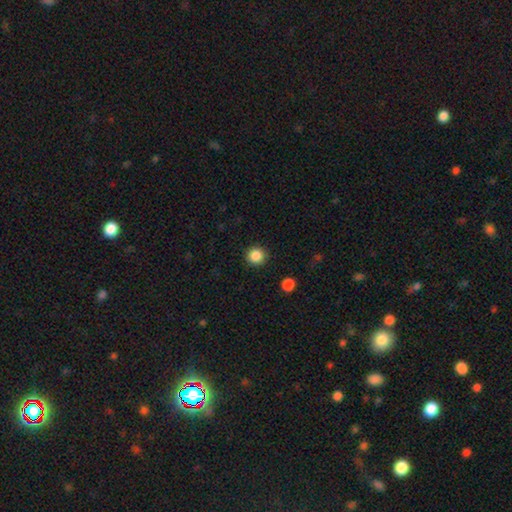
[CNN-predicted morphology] smooth-or-featured: smooth: 86% | star or artifact: 11% | featured or disk: 3%
  how-rounded: round: 94% | in between: 5% | cigar-shaped: 1%
  merging: none: 91% | minor disturbance: 5% | major disturbance: 2% | merger: 1%